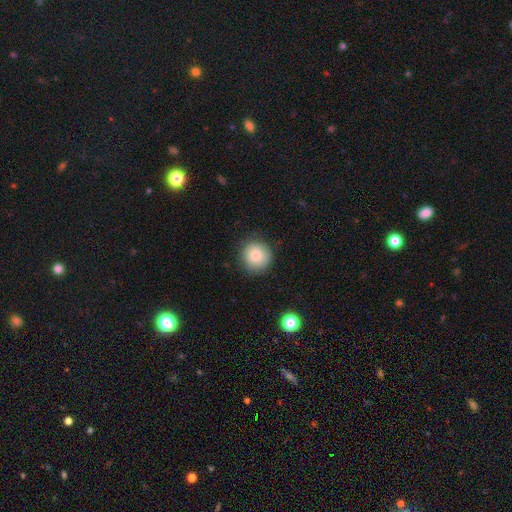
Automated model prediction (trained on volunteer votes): Q: Smooth or featured?
A: smooth (80%); runner-up: featured or disk (11%)
Q: How rounded?
A: round (93%); runner-up: in between (6%)
Q: Merging?
A: none (84%); runner-up: minor disturbance (12%)